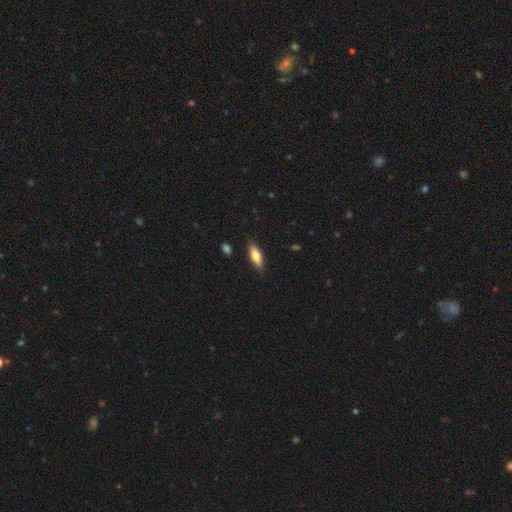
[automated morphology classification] A smooth galaxy with no disk features (77%) that is in between round and cigar-shaped (72%).

Vote fractions:
- Smooth or featured? smooth: 77% / featured or disk: 16% / star or artifact: 6%
- How rounded? in between: 72% / cigar-shaped: 26% / round: 2%
- Merging? none: 85% / minor disturbance: 11% / major disturbance: 2% / merger: 1%